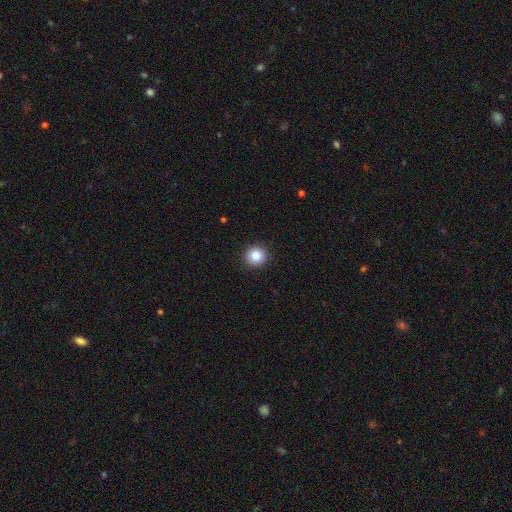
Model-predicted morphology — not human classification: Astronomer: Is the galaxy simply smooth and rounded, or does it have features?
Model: smooth — 83%.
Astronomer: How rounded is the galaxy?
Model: round — 94%.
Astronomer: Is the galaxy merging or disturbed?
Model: none — 93%.